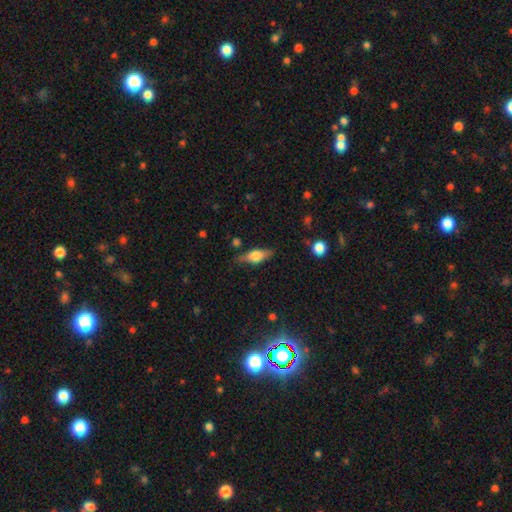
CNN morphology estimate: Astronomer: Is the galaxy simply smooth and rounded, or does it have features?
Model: smooth — 50% (runner-up: featured or disk, 43%).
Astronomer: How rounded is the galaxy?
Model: in between — 63%.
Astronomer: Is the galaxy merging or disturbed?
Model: none — 76%.